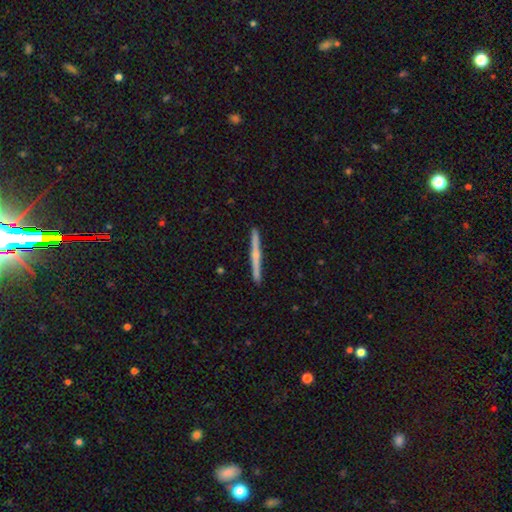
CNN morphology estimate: Overall: featured or disk (61%; smooth 33%). Edge-on disk: yes (98%). Edge-on bulge: rounded (55%; none 38%). Merging: none (92%).